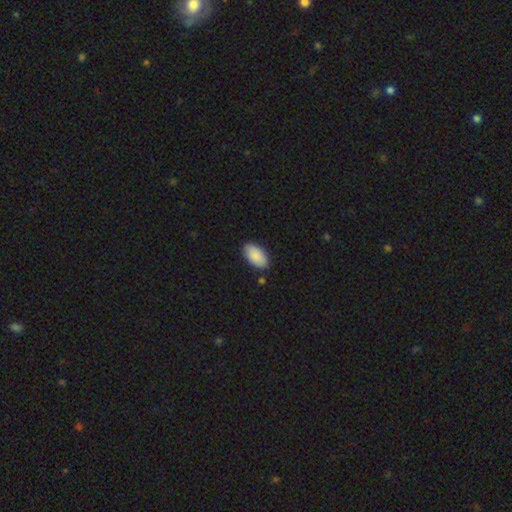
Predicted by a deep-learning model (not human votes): The model was most divided on "merging": none: 86%, minor disturbance: 11%, major disturbance: 2%, merger: 2%. More confident: how rounded — in between (95%); smooth or featured — smooth (89%).